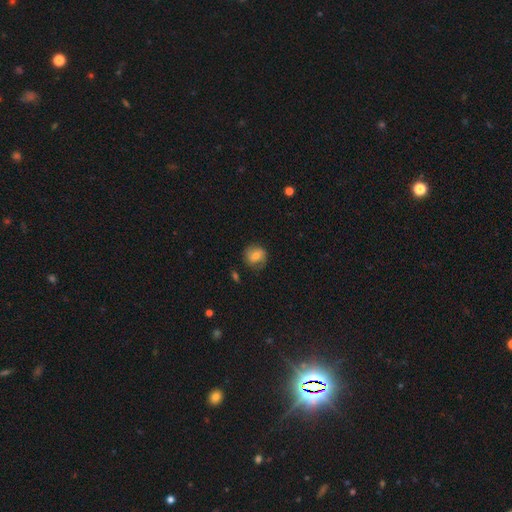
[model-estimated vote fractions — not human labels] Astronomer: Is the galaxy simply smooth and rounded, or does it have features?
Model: smooth — 68%.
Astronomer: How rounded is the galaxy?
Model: round — 80%.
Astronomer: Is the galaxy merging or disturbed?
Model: none — 72%.